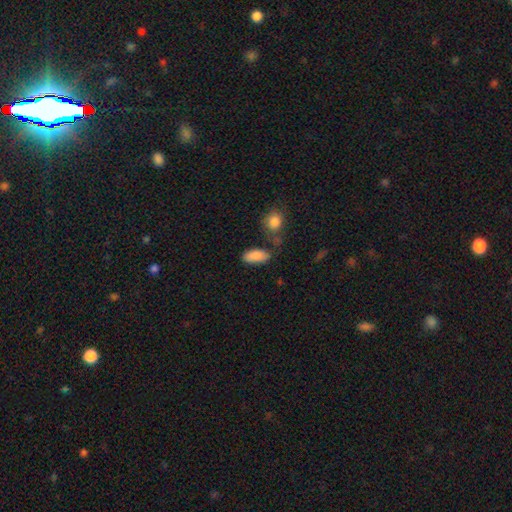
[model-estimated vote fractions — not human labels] smooth 88%, star or artifact 7%, featured or disk 5%. Down the decision tree: how rounded — in between (89%); merging — none (67%).